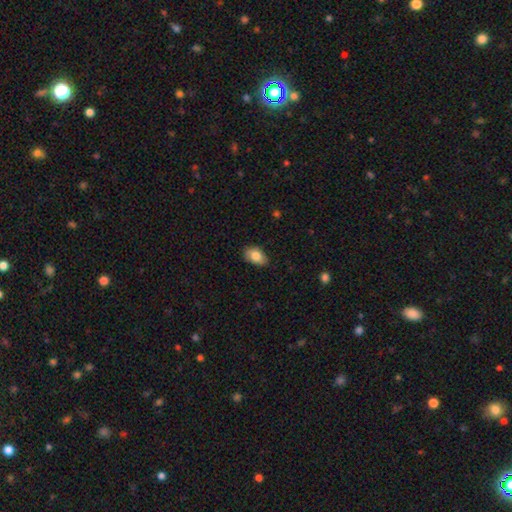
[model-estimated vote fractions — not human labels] Overall: smooth (82%). How rounded: in between (89%). Merging: none (81%).